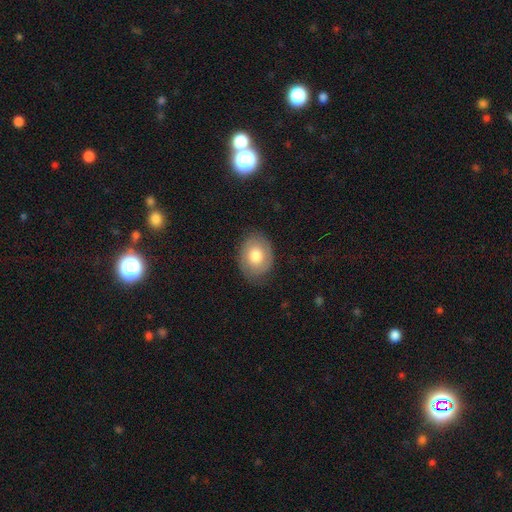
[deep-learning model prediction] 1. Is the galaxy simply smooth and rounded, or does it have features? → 67% smooth, 25% featured or disk, 7% star or artifact.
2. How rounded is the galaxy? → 63% in between, 36% round, 1% cigar-shaped.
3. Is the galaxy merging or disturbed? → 78% none, 16% minor disturbance, 5% major disturbance, 1% merger.